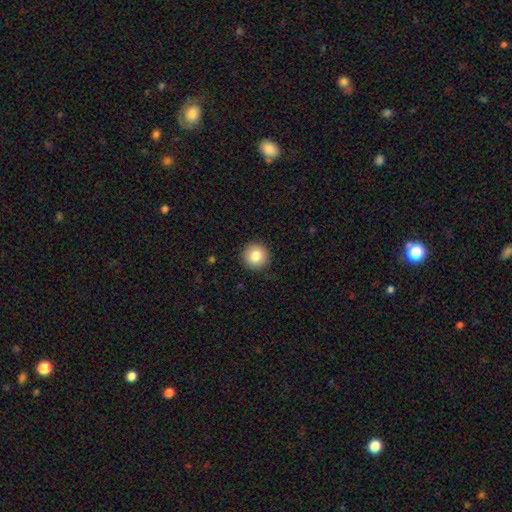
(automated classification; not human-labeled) Smooth or featured: smooth — 83% (star or artifact — 9%)
How rounded: round — 95% (in between — 4%)
Merging: none — 91% (minor disturbance — 6%)